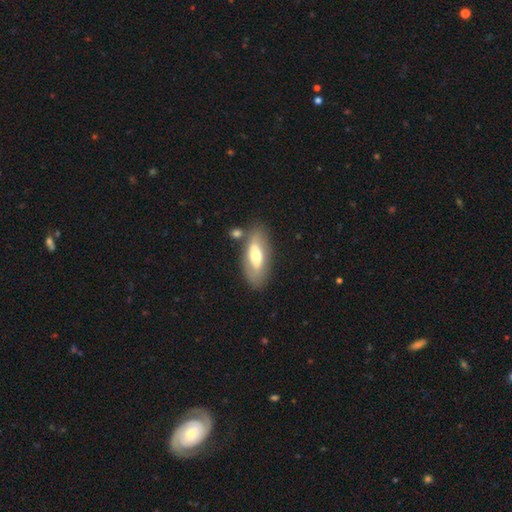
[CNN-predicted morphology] Q: Smooth or featured?
A: smooth (52%); runner-up: featured or disk (41%)
Q: How rounded?
A: in between (75%); runner-up: cigar-shaped (22%)
Q: Merging?
A: none (71%); runner-up: minor disturbance (15%)